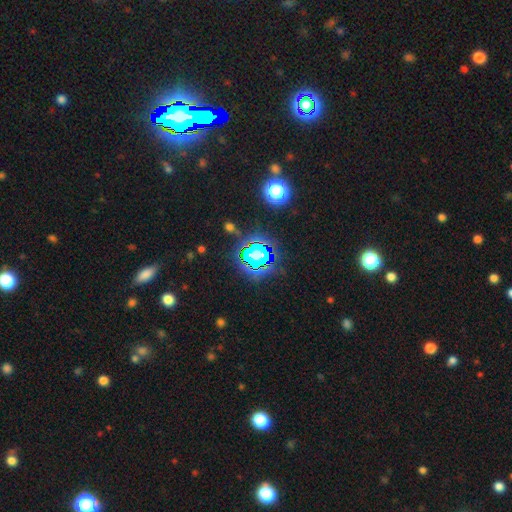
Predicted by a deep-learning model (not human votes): Smooth or featured? Predicted: star or artifact (p=0.67).